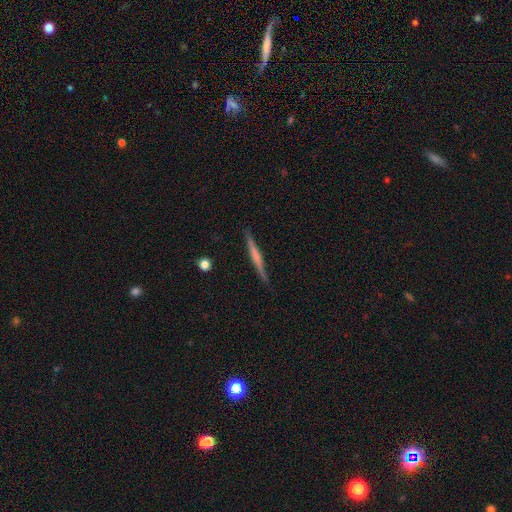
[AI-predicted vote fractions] Overall: featured or disk (58%; smooth 36%). Edge-on disk: yes (98%). Edge-on bulge: none (55%; rounded 25%). Merging: none (88%).